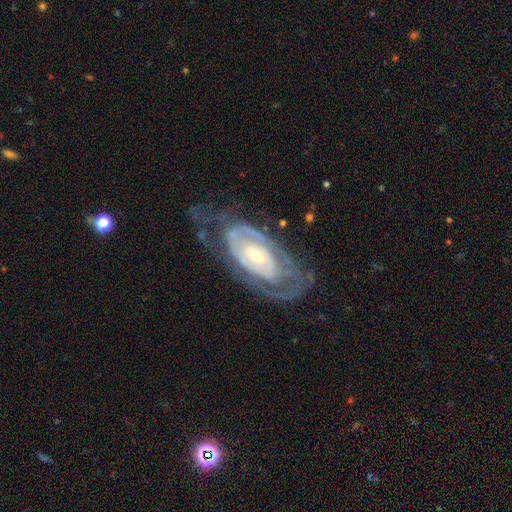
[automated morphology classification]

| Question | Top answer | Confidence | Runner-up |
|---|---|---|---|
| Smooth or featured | featured or disk | 84% | smooth (10%) |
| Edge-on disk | no | 94% | yes (6%) |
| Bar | no | 61% | weak (28%) |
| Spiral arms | yes | 85% | no (15%) |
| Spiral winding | tight | 69% | medium (23%) |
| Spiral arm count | can't tell | 45% | 2 (31%) |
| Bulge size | small | 60% | moderate (35%) |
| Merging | none | 53% | major disturbance (23%) |